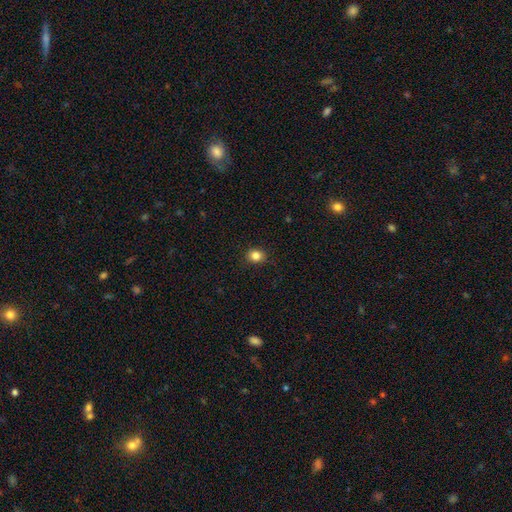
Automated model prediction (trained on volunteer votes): Morphology: type=smooth (85%); roundness=round (68%); merging=none (87%).